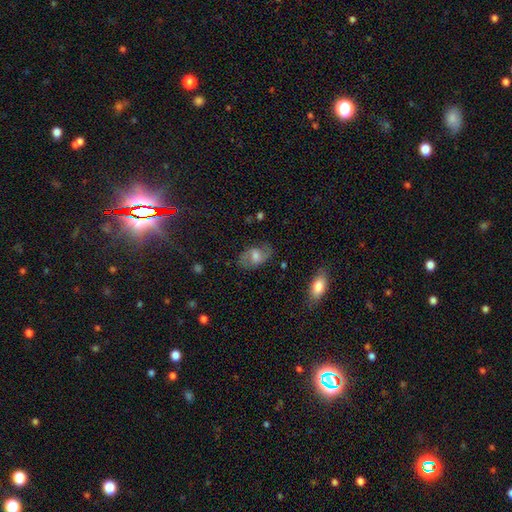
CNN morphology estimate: Smooth or featured? Predicted: featured or disk (p=0.56). Edge-on disk? Predicted: no (p=0.95). Bar? Predicted: weak (p=0.50). Spiral arms? Predicted: yes (p=0.82). Bulge size? Predicted: moderate (p=0.52). Merging? Predicted: none (p=0.78).